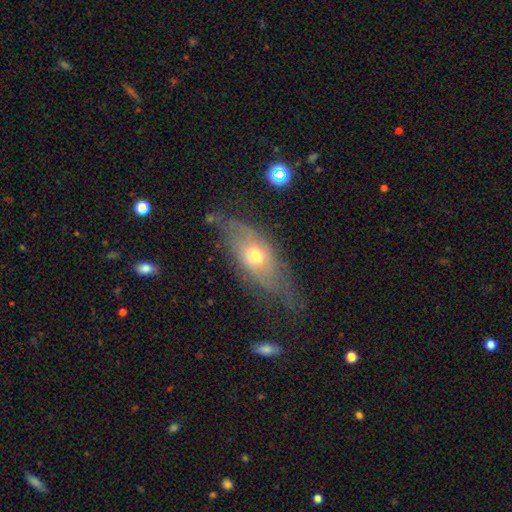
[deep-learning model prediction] A featured or disk galaxy (54%).

Vote fractions:
- Smooth or featured? featured or disk: 54% / smooth: 36% / star or artifact: 10%
- Edge-on disk? no: 67% / yes: 33%
- Merging? none: 56% / minor disturbance: 25% / major disturbance: 17% / merger: 2%